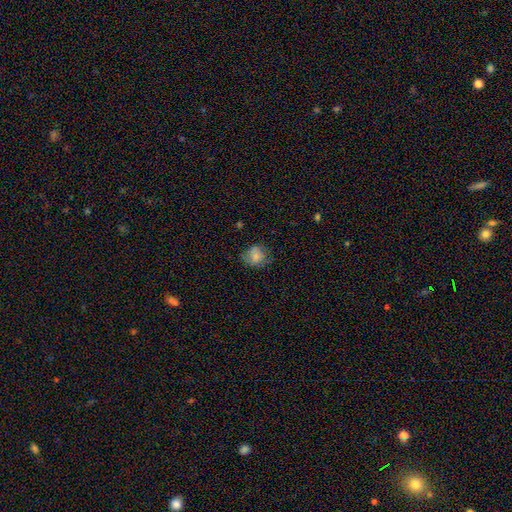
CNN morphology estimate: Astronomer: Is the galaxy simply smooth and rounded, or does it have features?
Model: smooth — 80%.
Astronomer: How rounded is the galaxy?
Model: round — 76%.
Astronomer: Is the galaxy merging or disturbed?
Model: none — 66%.